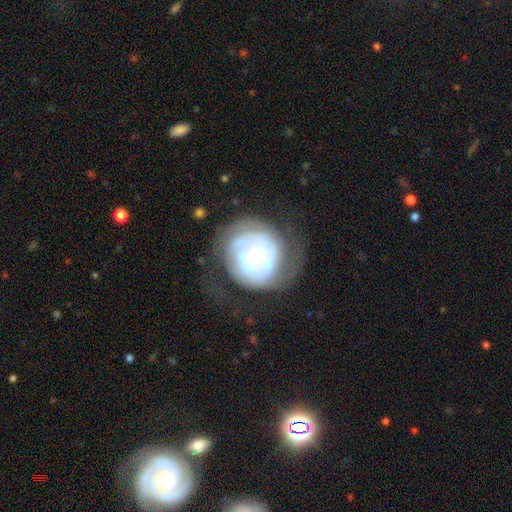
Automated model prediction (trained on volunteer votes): This is likely a featured or disk galaxy (77%). It is clearly not viewed edge-on (97%). Bar: likely no (76%). Spiral arm pattern: likely yes (77%). Spiral arm count: marginally can't tell (40%). Spiral winding: likely tight (66%). Central bulge: possibly moderate (59%). Merging: possibly none (57%).